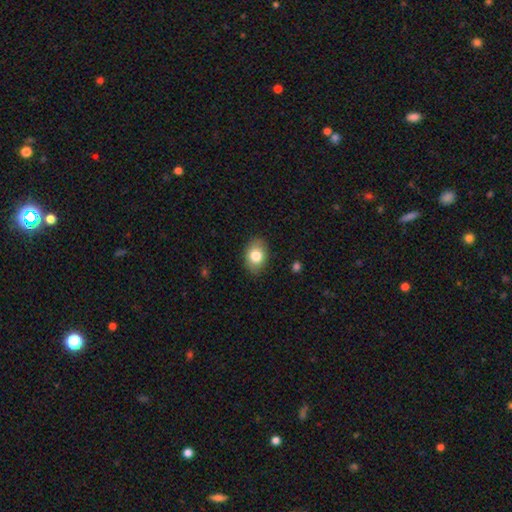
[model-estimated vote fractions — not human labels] This appears to be a smooth galaxy with no disk features (80%) that is in between round and cigar-shaped (74%). Merging: none (86%).